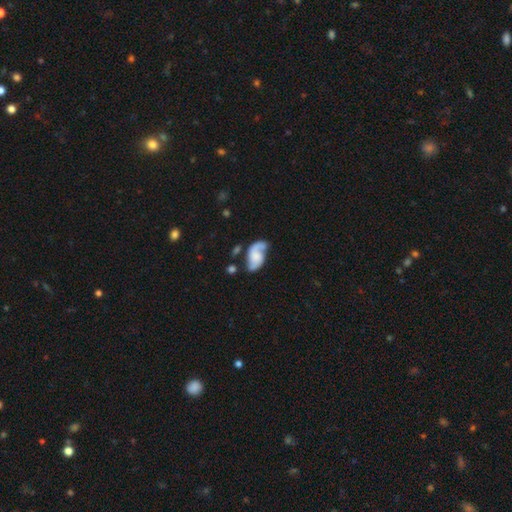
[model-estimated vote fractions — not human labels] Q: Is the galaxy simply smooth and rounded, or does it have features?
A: featured or disk — 70%.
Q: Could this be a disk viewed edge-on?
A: no — 97%.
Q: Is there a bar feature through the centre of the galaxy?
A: no — 63%.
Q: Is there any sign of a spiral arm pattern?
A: yes — 92%.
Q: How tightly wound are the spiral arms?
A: loose — 43%.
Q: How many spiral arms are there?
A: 2 — 73%.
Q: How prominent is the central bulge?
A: none — 42%.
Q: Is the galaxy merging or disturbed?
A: none — 47%.